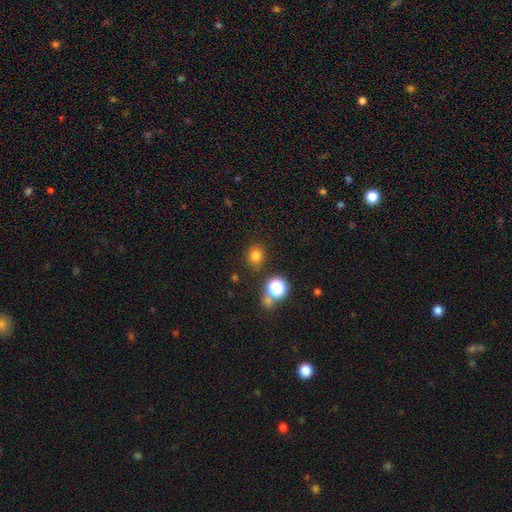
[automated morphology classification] Smooth or featured?
  - smooth: 77% *
  - star or artifact: 17%
  - featured or disk: 6%
How rounded?
  - round: 76% *
  - in between: 23%
  - cigar-shaped: 1%
Merging?
  - none: 82% *
  - minor disturbance: 10%
  - merger: 5%
  - major disturbance: 3%